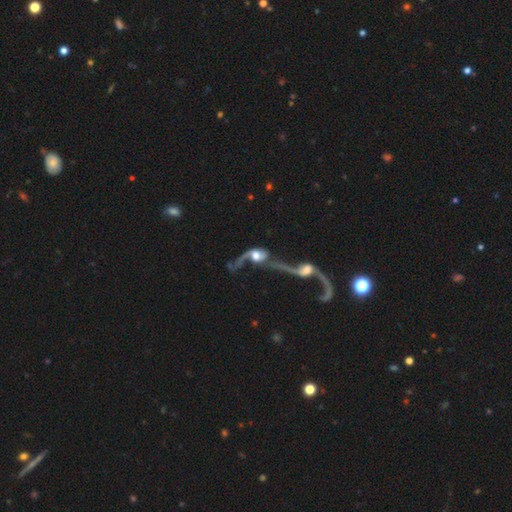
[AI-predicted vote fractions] A featured or disk galaxy (73%) with no bar (62%), 2 (62%) loose (81%) spiral arms (81%) and a moderate central bulge (47%). Merging: merger (72%).